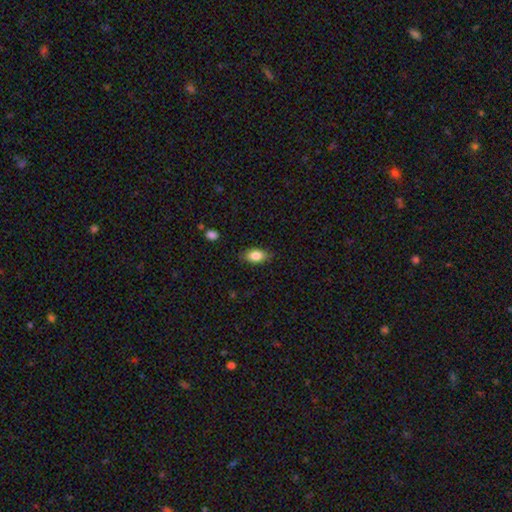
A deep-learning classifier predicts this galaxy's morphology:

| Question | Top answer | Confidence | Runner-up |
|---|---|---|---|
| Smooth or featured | smooth | 85% | star or artifact (8%) |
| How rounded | in between | 88% | round (8%) |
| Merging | none | 84% | minor disturbance (12%) |